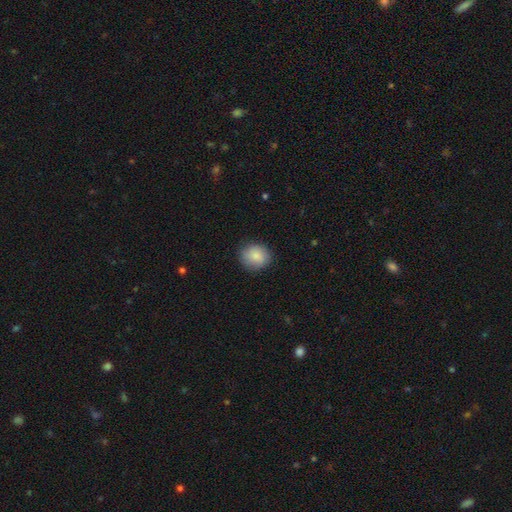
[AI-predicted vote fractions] smooth-or-featured: smooth: 87% | star or artifact: 7% | featured or disk: 7%
  how-rounded: round: 76% | in between: 23% | cigar-shaped: 1%
  merging: none: 85% | minor disturbance: 12% | major disturbance: 3% | merger: 1%